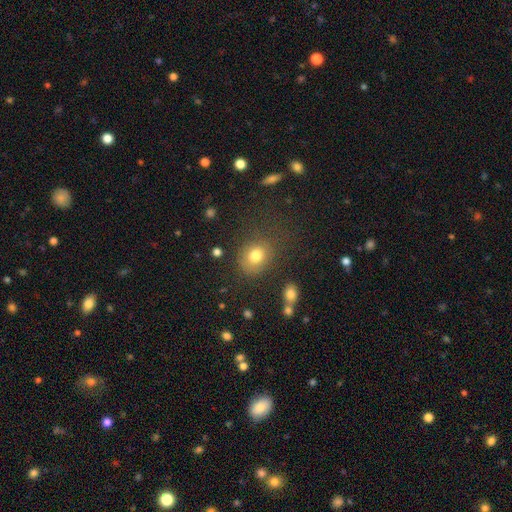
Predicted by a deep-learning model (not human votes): smooth_or_featured: smooth (p=0.78) [alt: star or artifact p=0.12]
how_rounded: round (p=0.61) [alt: in between p=0.38]
merging: none (p=0.70) [alt: minor disturbance p=0.17]